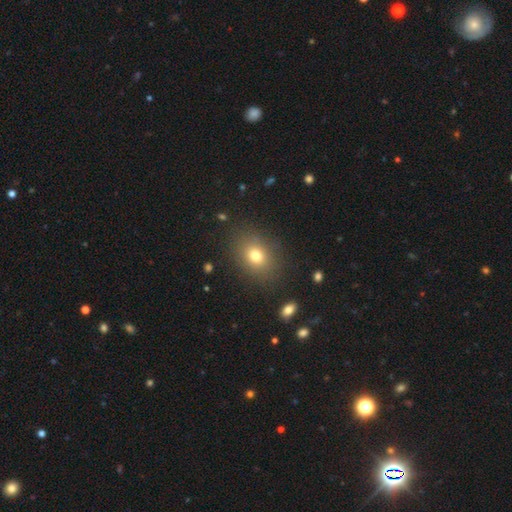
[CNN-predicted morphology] The model was most divided on "how rounded": in between: 56%, round: 43%, cigar-shaped: 1%. More confident: merging — none (85%); smooth or featured — smooth (76%).